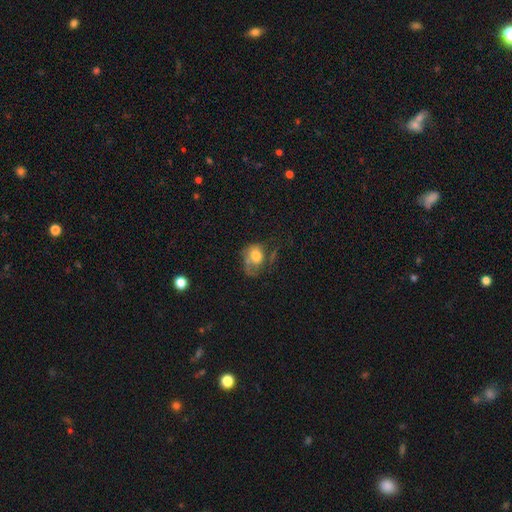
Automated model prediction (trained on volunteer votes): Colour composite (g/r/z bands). It shows a smooth galaxy with no disk features (61%) that is round (51%). Merging: major disturbance (41%).